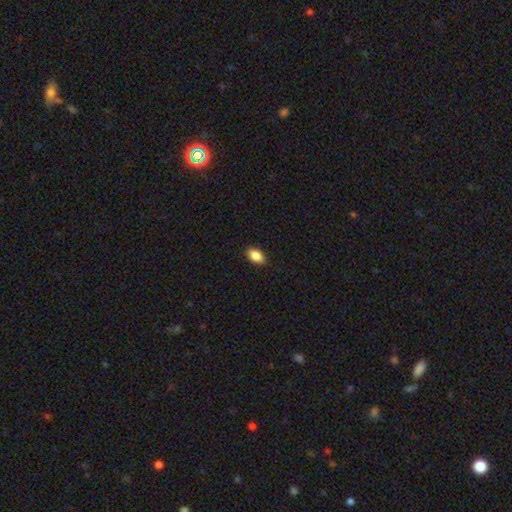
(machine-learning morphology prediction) This appears to be a smooth galaxy with no disk features (88%) that is in between round and cigar-shaped (91%). Merging: none (90%).